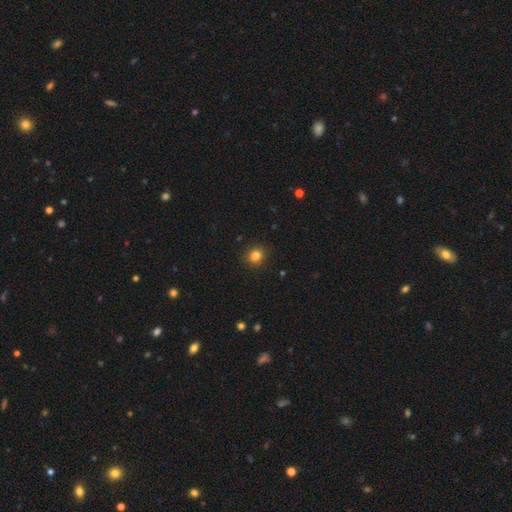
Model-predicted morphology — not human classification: smooth-or-featured: smooth: 83% | star or artifact: 12% | featured or disk: 5%
  how-rounded: round: 82% | in between: 17% | cigar-shaped: 1%
  merging: none: 90% | minor disturbance: 7% | major disturbance: 2% | merger: 1%